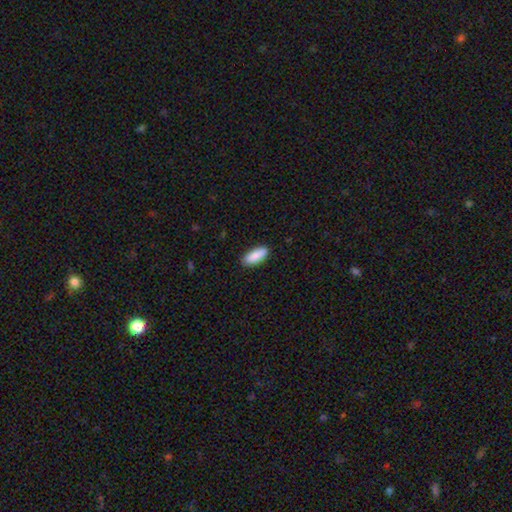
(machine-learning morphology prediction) Q: Smooth or featured?
A: smooth (88%); runner-up: featured or disk (6%)
Q: How rounded?
A: in between (74%); runner-up: cigar-shaped (24%)
Q: Merging?
A: none (88%); runner-up: minor disturbance (9%)